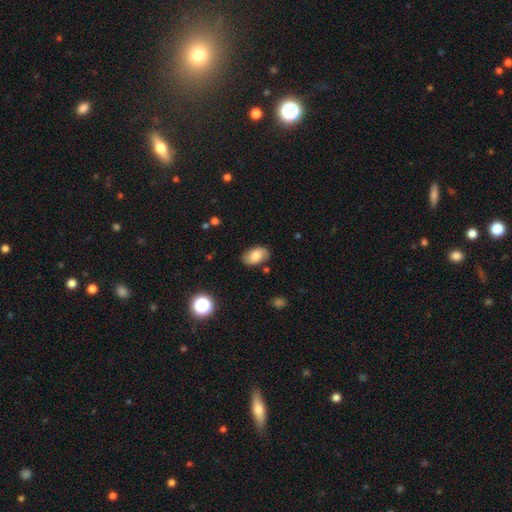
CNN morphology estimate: This is likely a smooth galaxy (71%). How rounded: clearly in between (91%). Merging: clearly none (80%).